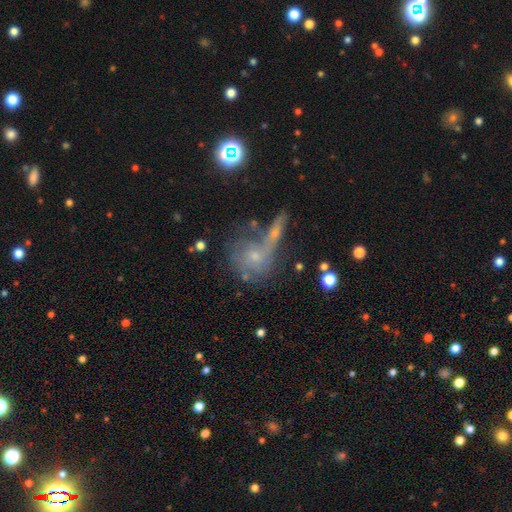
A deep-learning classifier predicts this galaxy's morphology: Overall: smooth (38%; featured or disk 35%). Merging: none (47%; merger 29%).